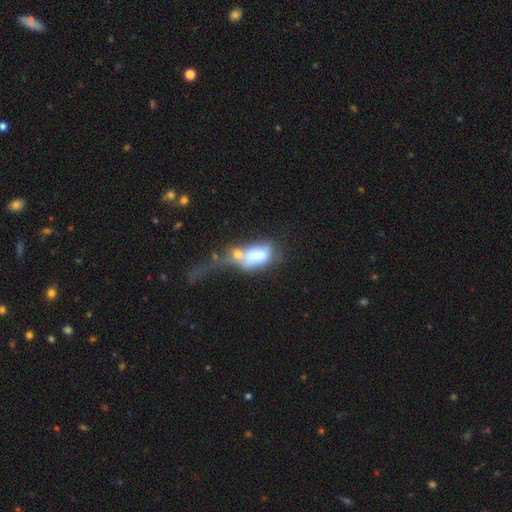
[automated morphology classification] A smooth galaxy with no disk features (62%) that is in between round and cigar-shaped (85%). Merging: merger (51%).